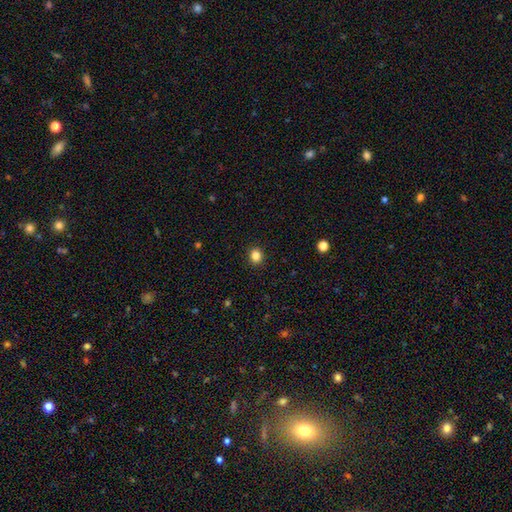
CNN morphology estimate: smooth-or-featured: smooth: 84% | star or artifact: 12% | featured or disk: 4%
  how-rounded: round: 77% | in between: 22% | cigar-shaped: 1%
  merging: none: 91% | minor disturbance: 6% | major disturbance: 2% | merger: 1%